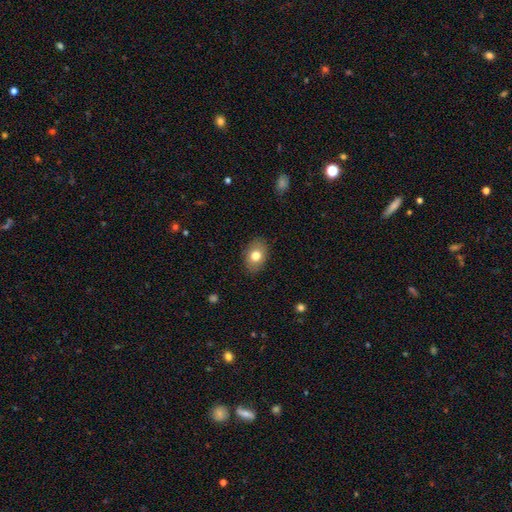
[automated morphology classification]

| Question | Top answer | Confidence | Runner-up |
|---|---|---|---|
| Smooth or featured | smooth | 78% | featured or disk (14%) |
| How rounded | in between | 79% | round (20%) |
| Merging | none | 86% | minor disturbance (10%) |